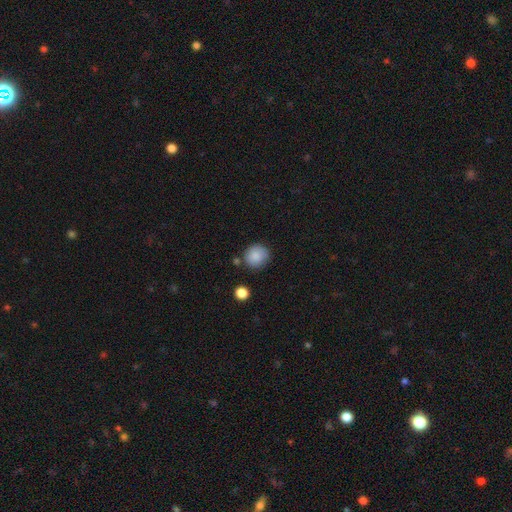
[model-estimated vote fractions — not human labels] The model was most divided on "merging": none: 78%, minor disturbance: 13%, merger: 5%, major disturbance: 3%. More confident: how rounded — round (87%); smooth or featured — smooth (87%).